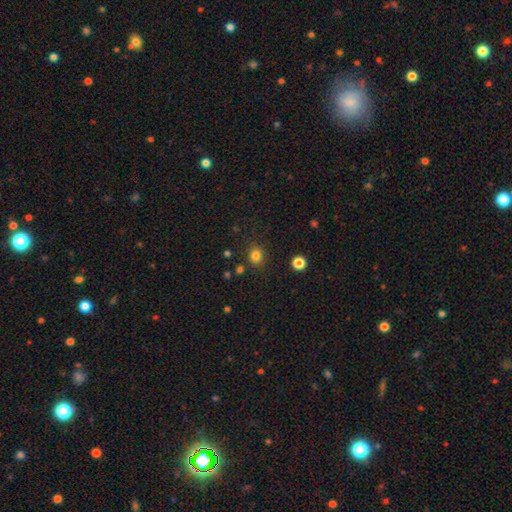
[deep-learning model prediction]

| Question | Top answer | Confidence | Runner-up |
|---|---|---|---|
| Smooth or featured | smooth | 81% | star or artifact (14%) |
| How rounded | round | 73% | in between (26%) |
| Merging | none | 84% | minor disturbance (10%) |